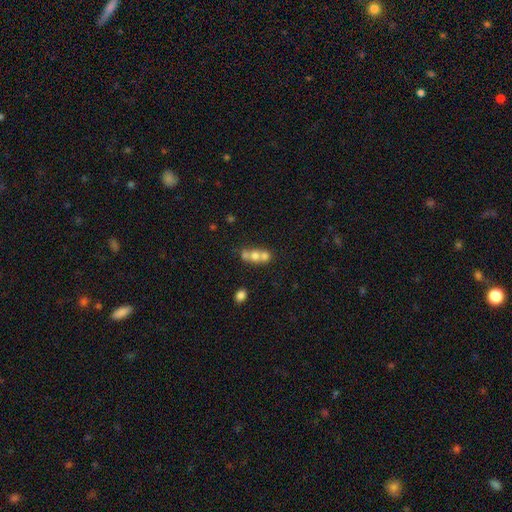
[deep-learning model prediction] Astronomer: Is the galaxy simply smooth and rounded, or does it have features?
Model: smooth — 61%.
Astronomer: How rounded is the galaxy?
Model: round — 71%.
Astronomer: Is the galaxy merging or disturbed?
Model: merger — 66%.